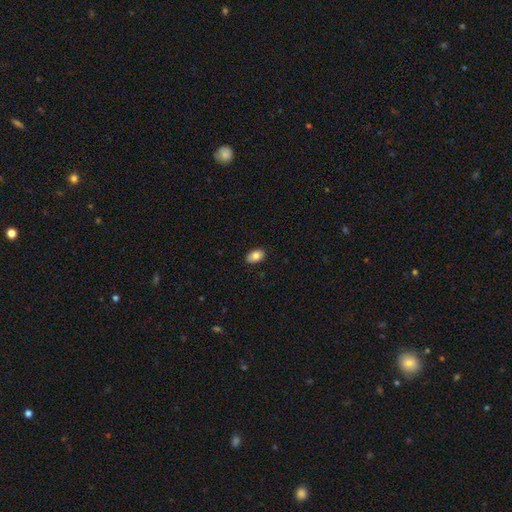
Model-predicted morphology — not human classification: Smooth or featured? Predicted: smooth (p=0.81). How rounded? Predicted: in between (p=0.89). Merging? Predicted: none (p=0.87).